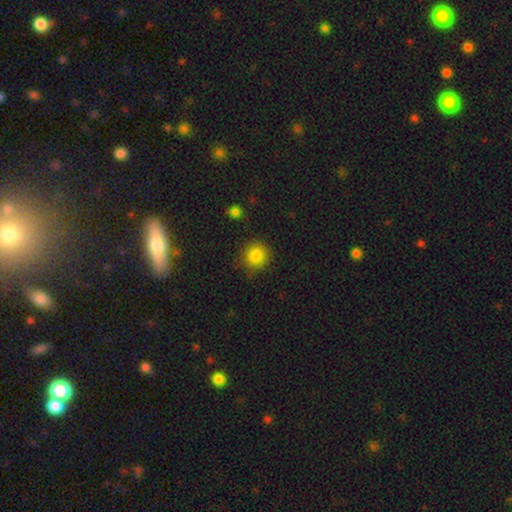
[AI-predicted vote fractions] Smooth or featured? smooth (85%)
How rounded? round (92%)
Merging? none (85%)